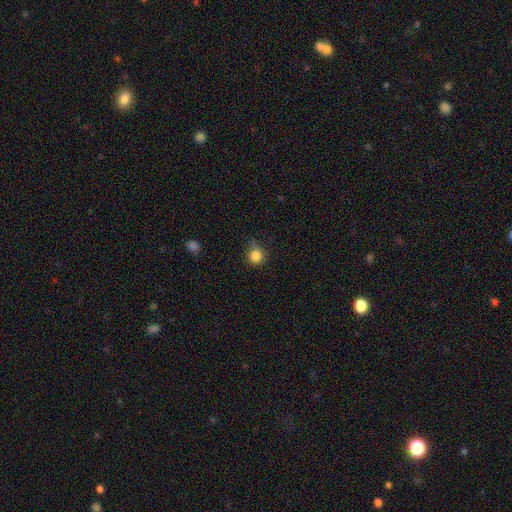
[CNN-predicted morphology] Smooth or featured?
  - smooth: 84% *
  - star or artifact: 11%
  - featured or disk: 5%
How rounded?
  - round: 89% *
  - in between: 10%
  - cigar-shaped: 1%
Merging?
  - none: 66% *
  - minor disturbance: 25%
  - major disturbance: 6%
  - merger: 2%